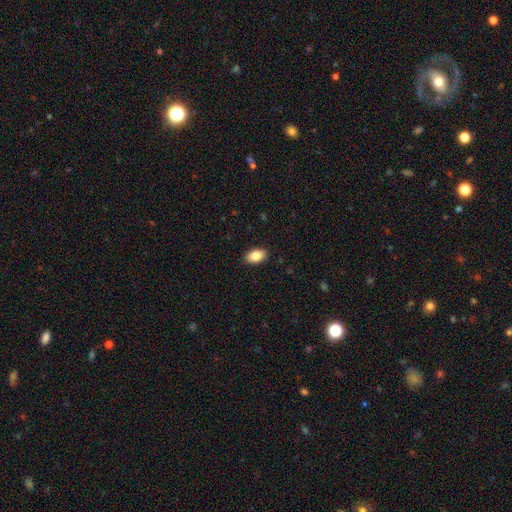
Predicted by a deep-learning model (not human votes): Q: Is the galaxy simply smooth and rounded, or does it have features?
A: smooth — 85%.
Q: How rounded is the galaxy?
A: in between — 91%.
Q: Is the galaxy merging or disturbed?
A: none — 90%.